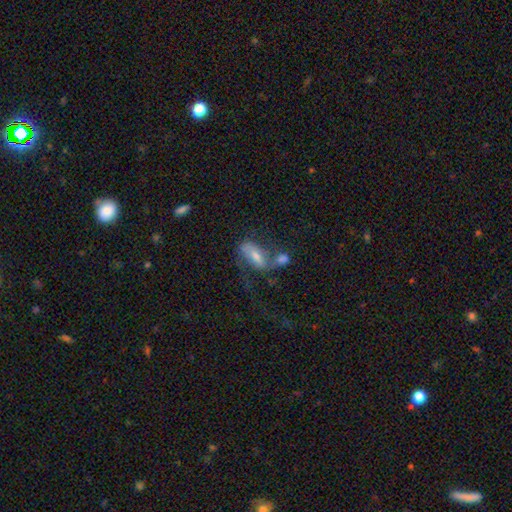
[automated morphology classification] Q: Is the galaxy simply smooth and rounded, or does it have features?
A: featured or disk — 48%.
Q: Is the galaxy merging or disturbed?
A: merger — 35%.